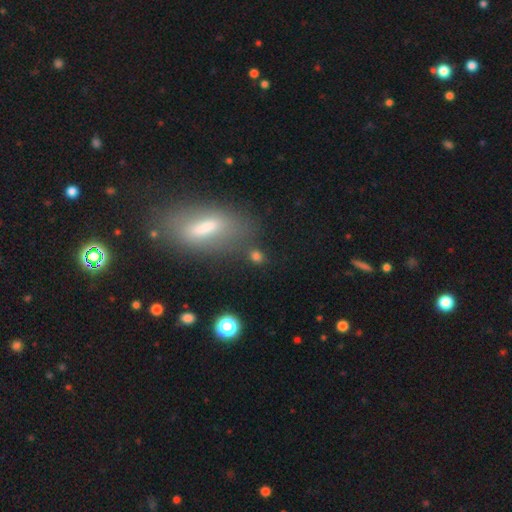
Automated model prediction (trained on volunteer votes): Smooth or featured?
  - smooth: 61% *
  - star or artifact: 20%
  - featured or disk: 20%
How rounded?
  - in between: 48% *
  - round: 29%
  - cigar-shaped: 23%
Merging?
  - none: 66% *
  - minor disturbance: 16%
  - merger: 9%
  - major disturbance: 9%